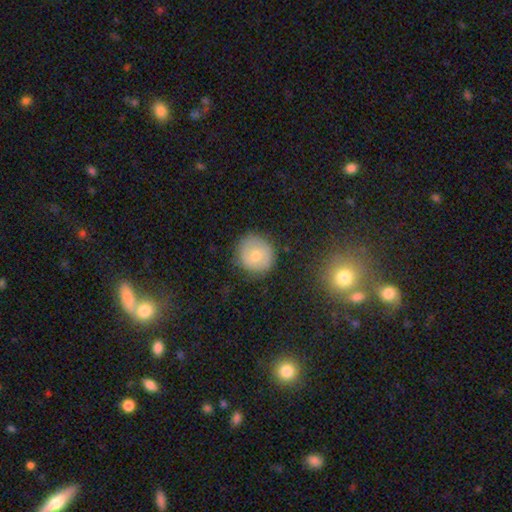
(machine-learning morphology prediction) Overall: smooth (57%; featured or disk 35%). How rounded: round (89%). Merging: none (82%).